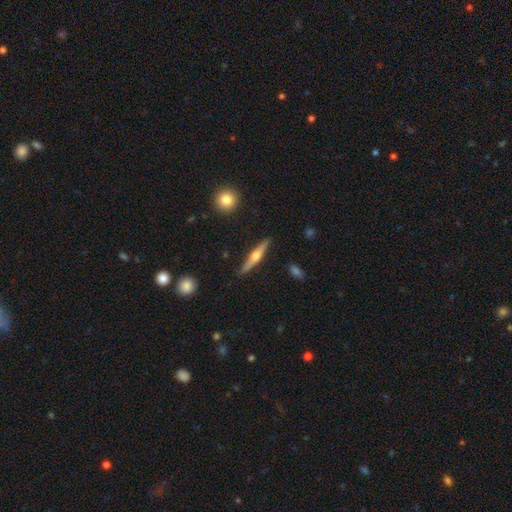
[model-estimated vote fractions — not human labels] Overall: featured or disk (66%; smooth 28%). Edge-on disk: yes (97%). Edge-on bulge: rounded (93%). Merging: none (88%).